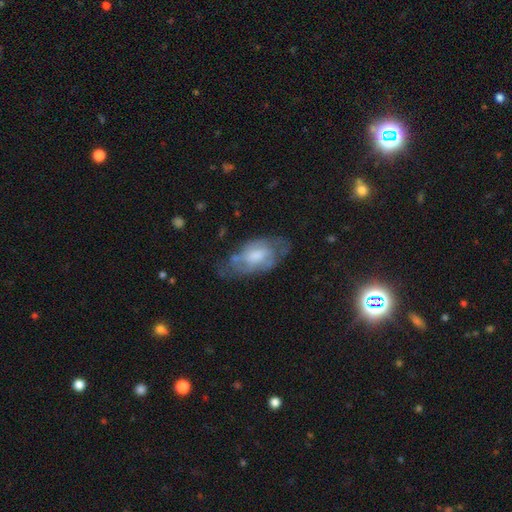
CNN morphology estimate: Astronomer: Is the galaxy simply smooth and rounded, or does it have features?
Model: featured or disk — 54% (runner-up: smooth, 39%).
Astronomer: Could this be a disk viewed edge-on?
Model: no — 93%.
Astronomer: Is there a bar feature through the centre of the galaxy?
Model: no — 57% (runner-up: weak, 35%).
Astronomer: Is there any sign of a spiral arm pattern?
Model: yes — 62% (runner-up: no, 38%).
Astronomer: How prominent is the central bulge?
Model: moderate — 43% (runner-up: large, 23%).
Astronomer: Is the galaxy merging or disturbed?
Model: none — 50% (runner-up: minor disturbance, 30%).